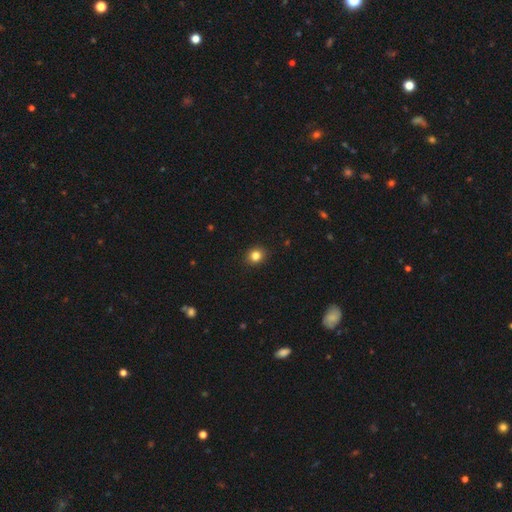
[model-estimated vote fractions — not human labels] Overall: smooth (83%). How rounded: round (76%). Merging: none (91%).